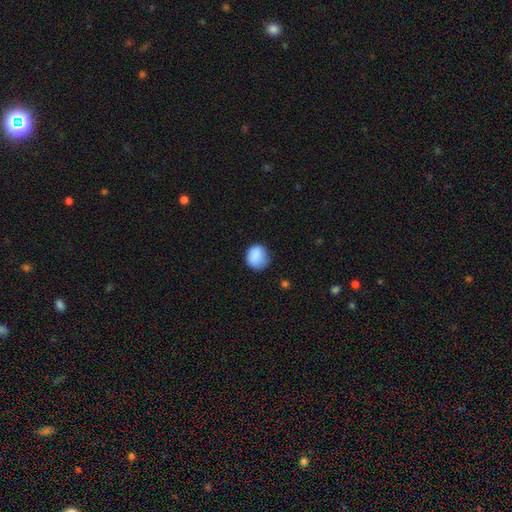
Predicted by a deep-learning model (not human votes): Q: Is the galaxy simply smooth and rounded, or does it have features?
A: smooth — 87%.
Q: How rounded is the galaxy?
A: round — 82%.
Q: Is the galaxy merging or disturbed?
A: none — 79%.